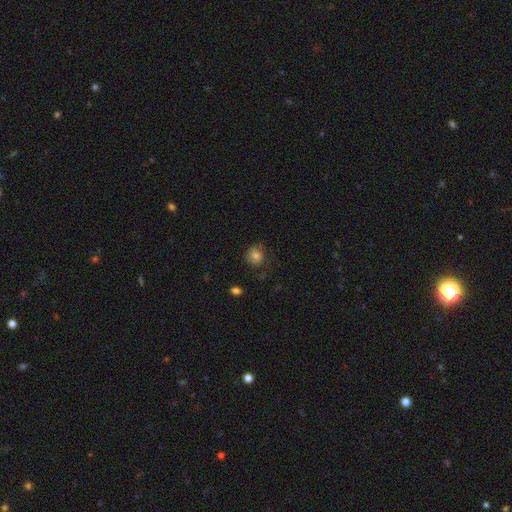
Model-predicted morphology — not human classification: This appears to be a smooth galaxy with no disk features (76%) that is round (78%). Merging: none (66%).